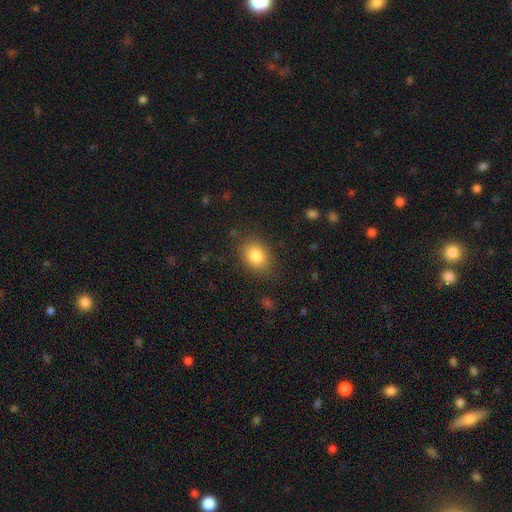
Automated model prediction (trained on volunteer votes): Smooth or featured? smooth (84%)
How rounded? in between (66%)
Merging? none (84%)